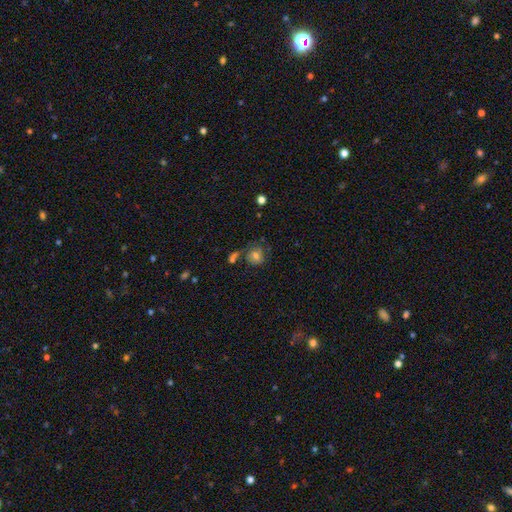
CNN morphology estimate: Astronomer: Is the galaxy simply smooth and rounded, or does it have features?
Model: smooth — 66%.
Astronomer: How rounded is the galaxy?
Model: round — 80%.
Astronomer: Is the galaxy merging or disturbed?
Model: none — 59%.